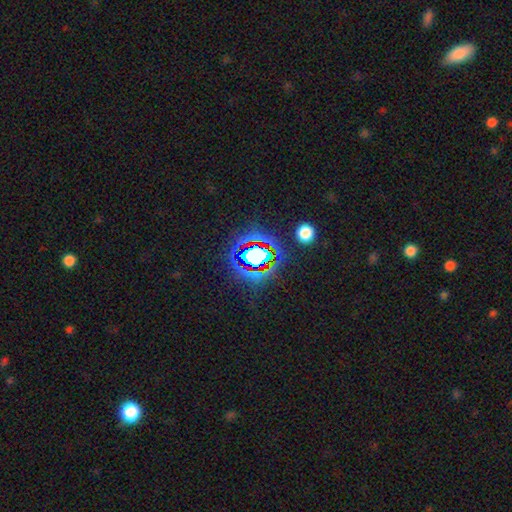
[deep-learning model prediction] Overall: star or artifact (68%).